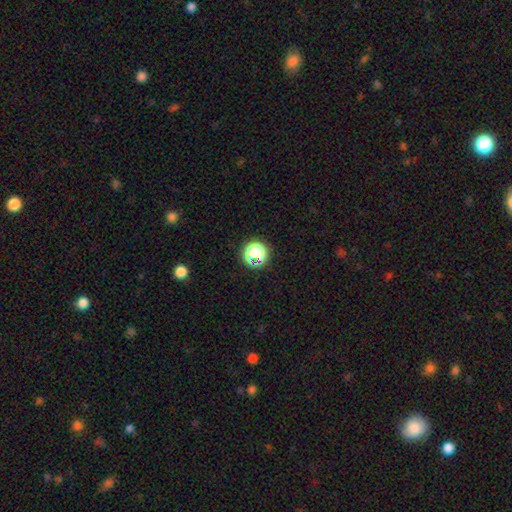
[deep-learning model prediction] Overall: smooth (51%; star or artifact 41%). How rounded: round (88%). Merging: none (80%).